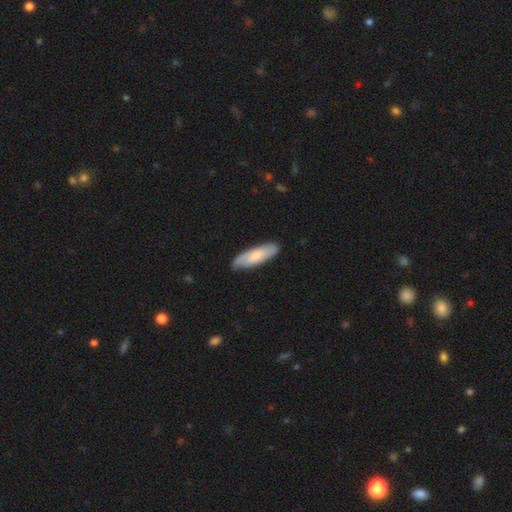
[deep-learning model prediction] Overall: smooth (73%). How rounded: cigar-shaped (52%; in between 47%). Merging: none (85%).